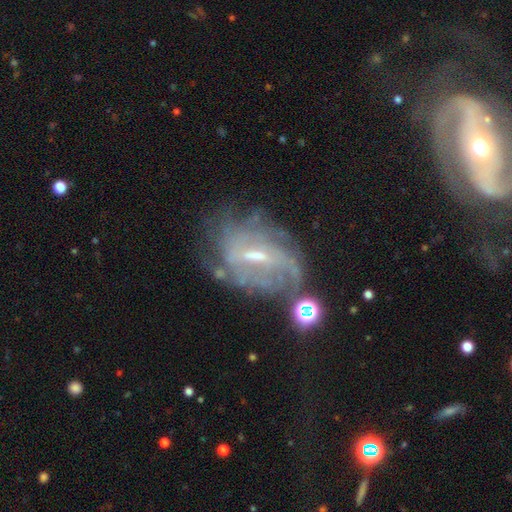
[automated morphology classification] type=featured or disk (78%); edge-on=no (95%); bar=weak (53%); spiral arms=yes (79%); winding=tight (47%); arm count=can't tell (56%); bulge=small (56%); merging=none (52%).